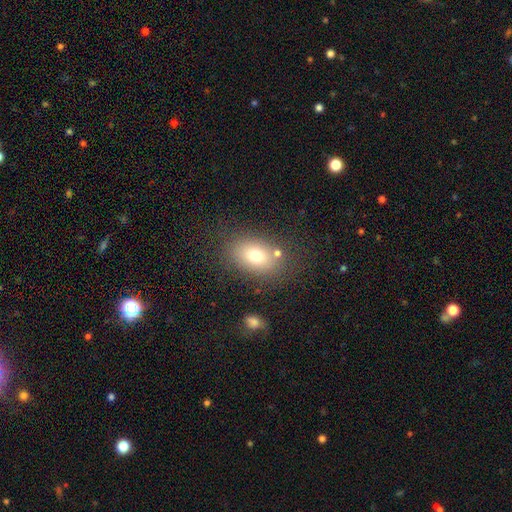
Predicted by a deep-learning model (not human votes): A smooth galaxy with no disk features (74%) that is in between round and cigar-shaped (81%). Merging: none (75%).